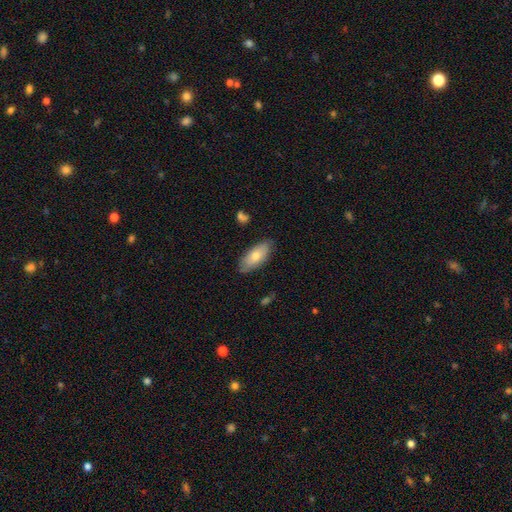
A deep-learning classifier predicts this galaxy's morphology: Smooth or featured? smooth (72%)
How rounded? in between (82%)
Merging? none (85%)